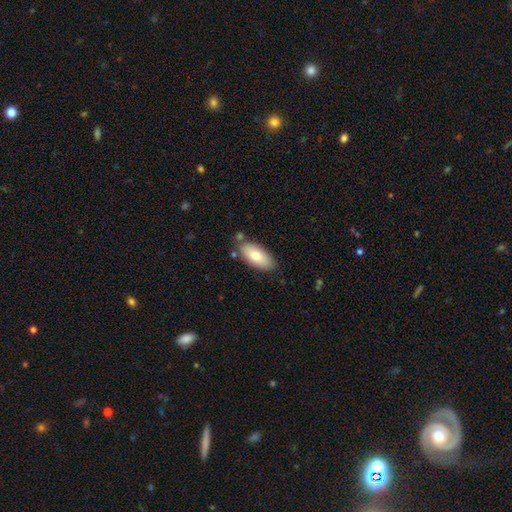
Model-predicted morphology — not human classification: A smooth galaxy with no disk features (77%) that is in between round and cigar-shaped (88%). Merging: none (78%).